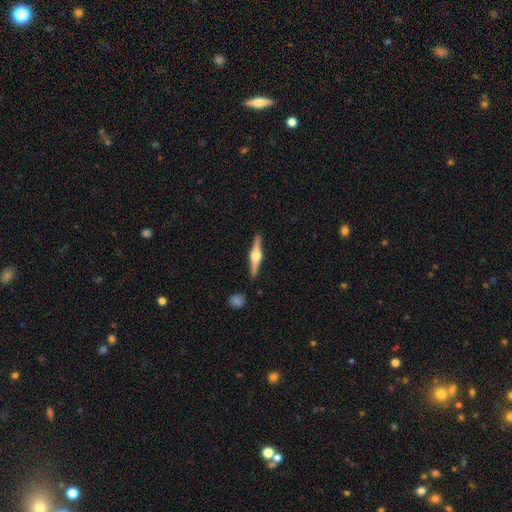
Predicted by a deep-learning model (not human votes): Smooth or featured: featured or disk — 79% (smooth — 16%)
Edge-on disk: yes — 98% (no — 2%)
Edge-on bulge: rounded — 94% (boxy — 4%)
Merging: none — 90% (minor disturbance — 7%)